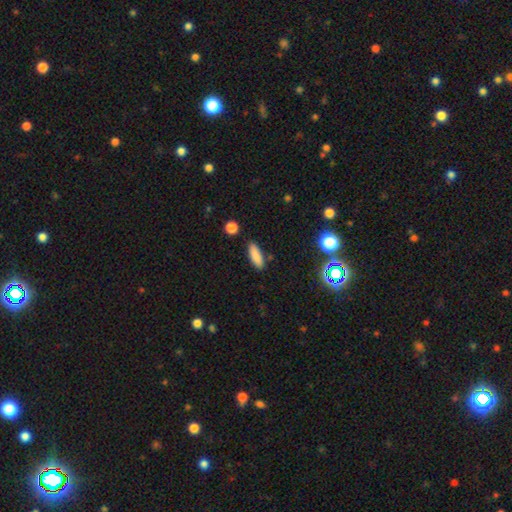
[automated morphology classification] Smooth or featured? smooth (85%)
How rounded? in between (55%)
Merging? none (85%)